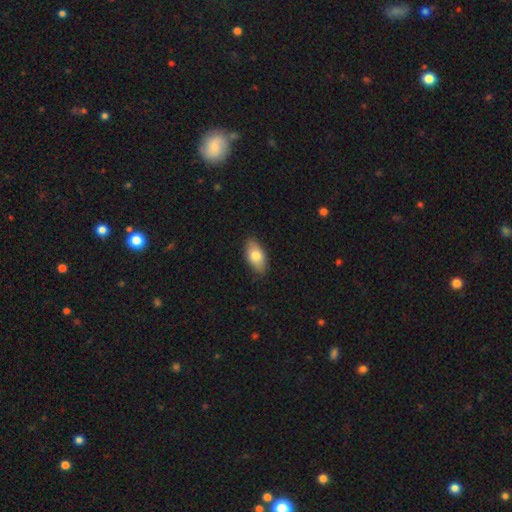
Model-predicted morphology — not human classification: Smooth or featured?
  - smooth: 79% *
  - featured or disk: 15%
  - star or artifact: 6%
How rounded?
  - in between: 92% *
  - cigar-shaped: 4%
  - round: 4%
Merging?
  - none: 84% *
  - minor disturbance: 13%
  - major disturbance: 2%
  - merger: 1%